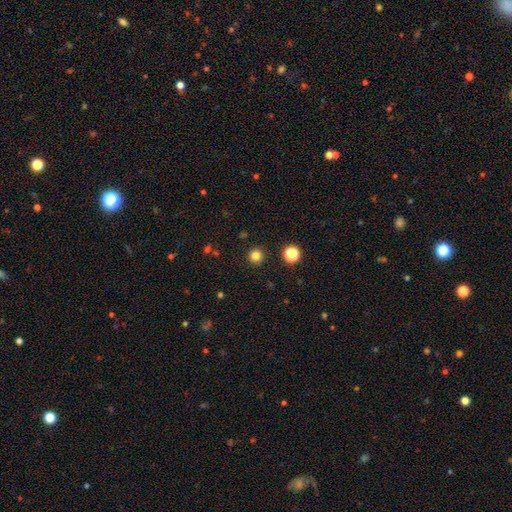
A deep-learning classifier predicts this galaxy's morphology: Smooth or featured? Predicted: smooth (p=0.81). How rounded? Predicted: round (p=0.95). Merging? Predicted: none (p=0.92).